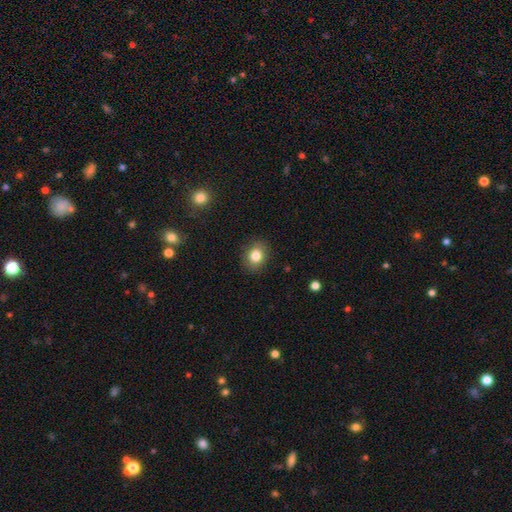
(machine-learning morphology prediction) A smooth galaxy with no disk features (82%) that is round (58%). Merging: none (87%).